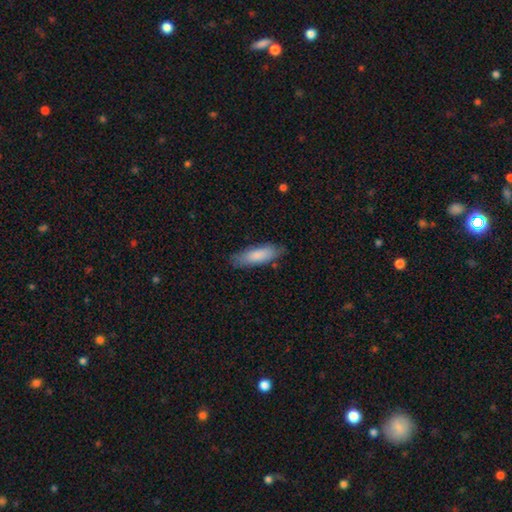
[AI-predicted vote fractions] The model was most divided on "how rounded": cigar-shaped: 52%, in between: 47%, round: 1%. More confident: smooth or featured — smooth (82%); merging — none (82%).